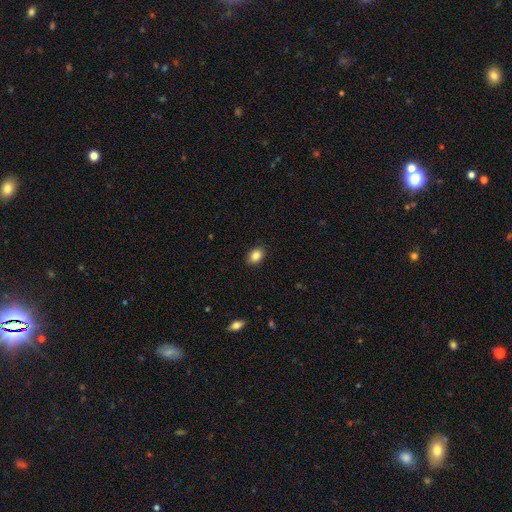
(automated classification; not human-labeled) Overall: smooth (86%). How rounded: in between (68%; round 31%). Merging: none (90%).